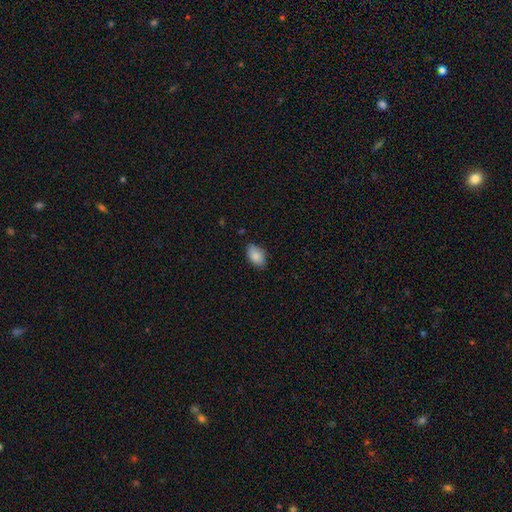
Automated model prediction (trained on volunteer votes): Morphology: type=smooth (86%); roundness=in between (91%); merging=none (80%).